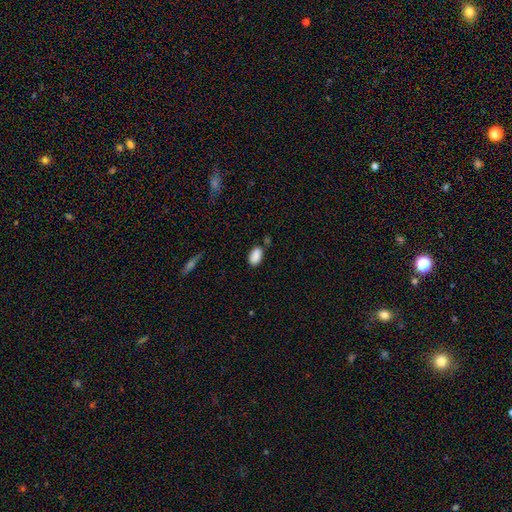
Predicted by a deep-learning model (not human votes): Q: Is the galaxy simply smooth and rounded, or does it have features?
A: smooth — 88%.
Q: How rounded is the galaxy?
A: in between — 92%.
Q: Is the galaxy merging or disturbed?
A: none — 74%.